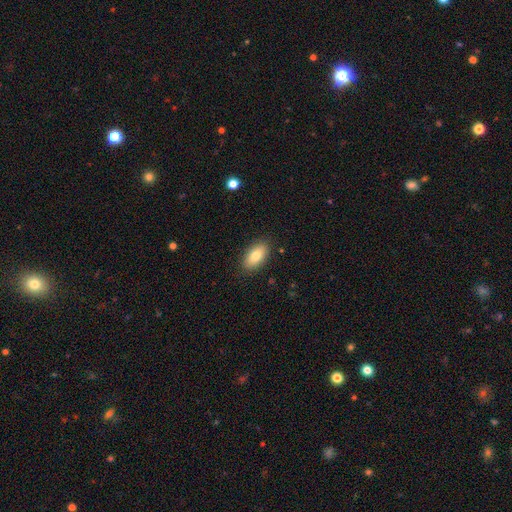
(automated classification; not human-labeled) Smooth or featured? smooth (80%)
How rounded? in between (92%)
Merging? none (87%)